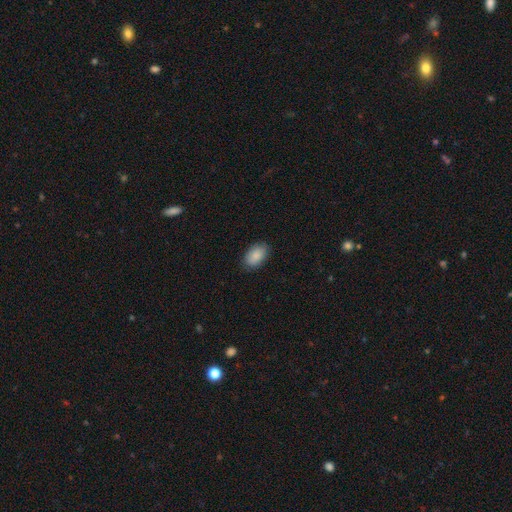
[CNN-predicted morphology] Q: Smooth or featured?
A: smooth (88%); runner-up: star or artifact (6%)
Q: How rounded?
A: in between (92%); runner-up: round (7%)
Q: Merging?
A: none (85%); runner-up: minor disturbance (12%)